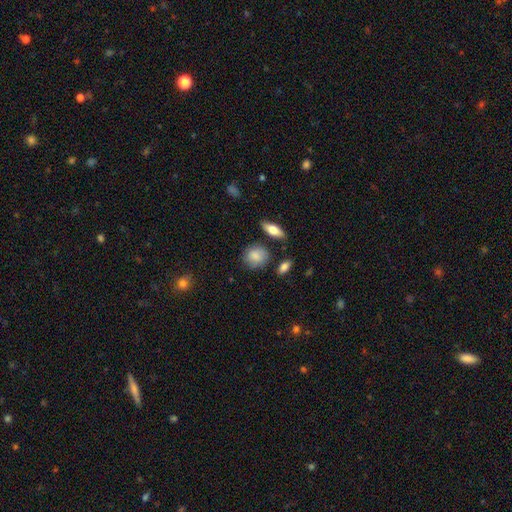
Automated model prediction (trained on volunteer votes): A smooth galaxy with no disk features (83%) that is round (66%).

Vote fractions:
- Smooth or featured? smooth: 83% / featured or disk: 9% / star or artifact: 7%
- How rounded? round: 66% / in between: 32% / cigar-shaped: 2%
- Merging? none: 74% / minor disturbance: 18% / major disturbance: 4% / merger: 4%